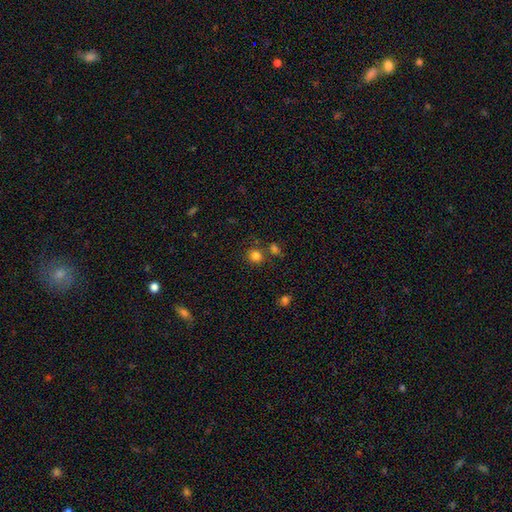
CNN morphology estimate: A smooth galaxy with no disk features (81%) that is round (84%).

Vote fractions:
- Smooth or featured? smooth: 81% / star or artifact: 13% / featured or disk: 5%
- How rounded? round: 84% / in between: 15% / cigar-shaped: 1%
- Merging? none: 72% / merger: 14% / minor disturbance: 10% / major disturbance: 4%